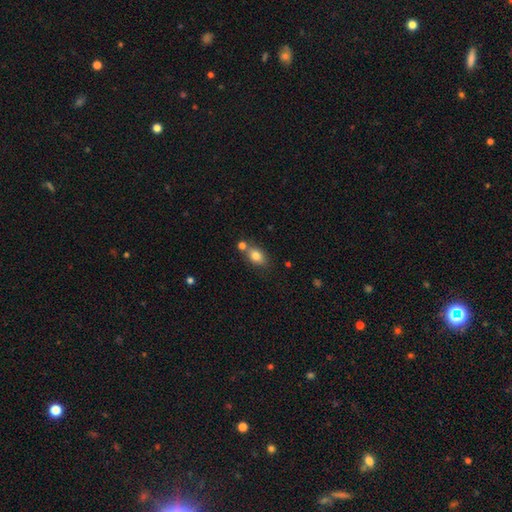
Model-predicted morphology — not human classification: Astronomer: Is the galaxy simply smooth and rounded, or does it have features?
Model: smooth — 80%.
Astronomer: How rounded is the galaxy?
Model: in between — 75%.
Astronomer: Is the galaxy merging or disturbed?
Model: none — 61%.